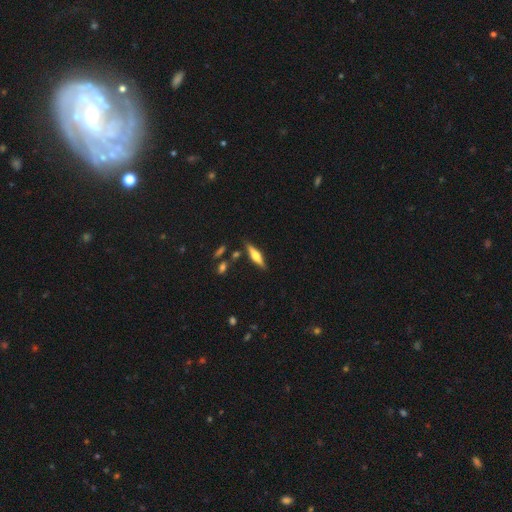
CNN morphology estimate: smooth_or_featured: featured or disk (p=0.54) [alt: smooth p=0.40]
disk_edge_on: yes (p=0.94) [alt: no p=0.06]
edge_on_bulge: rounded (p=0.89) [alt: boxy p=0.08]
merging: none (p=0.84) [alt: minor disturbance p=0.10]